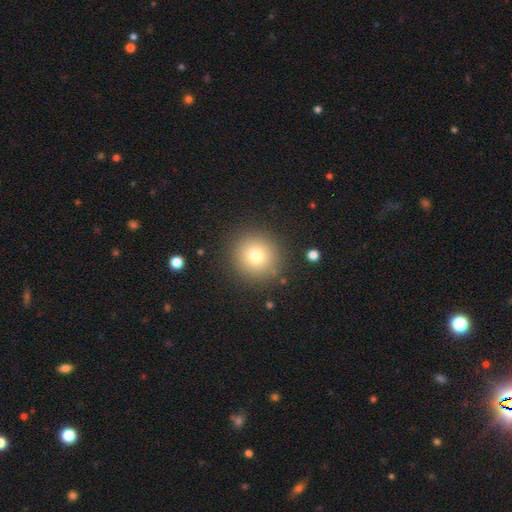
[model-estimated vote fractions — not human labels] Smooth or featured? Predicted: smooth (p=0.76). How rounded? Predicted: round (p=0.94). Merging? Predicted: none (p=0.89).